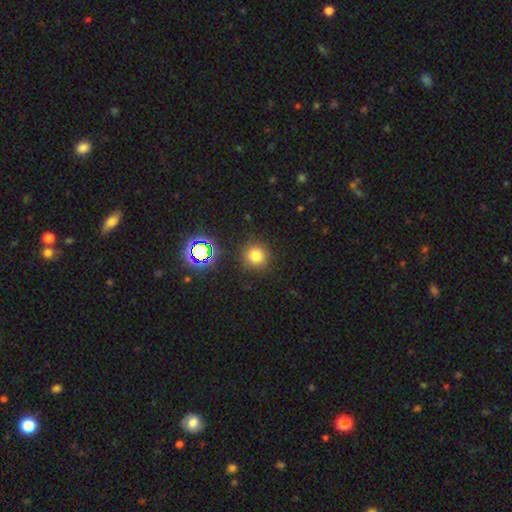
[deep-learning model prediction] smooth 75%, star or artifact 19%, featured or disk 6%. Down the decision tree: how rounded — round (93%); merging — none (87%).